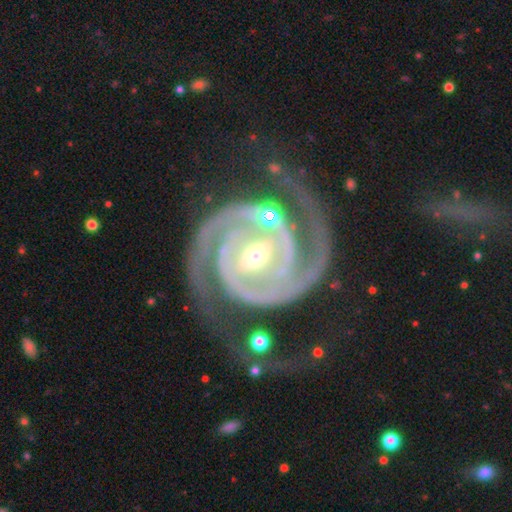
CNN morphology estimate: Smooth or featured? featured or disk (93%)
Edge-on disk? no (98%)
Bar? weak (35%)
Spiral arms? yes (99%)
Spiral winding? tight (69%)
Spiral arm count? 2 (90%)
Bulge size? small (55%)
Merging? none (61%)